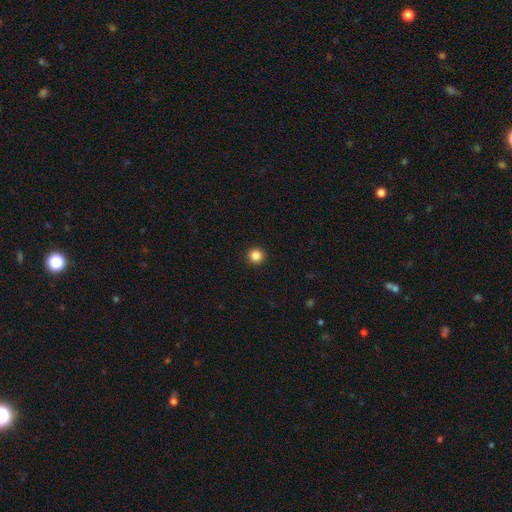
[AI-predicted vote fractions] smooth_or_featured: smooth (p=0.86) [alt: star or artifact p=0.11]
how_rounded: round (p=0.96) [alt: in between p=0.03]
merging: none (p=0.94) [alt: minor disturbance p=0.04]